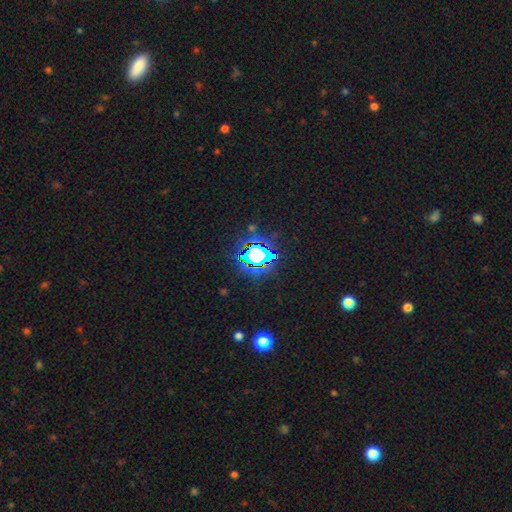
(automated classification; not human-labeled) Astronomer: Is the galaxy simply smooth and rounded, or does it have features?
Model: star or artifact — 72%.